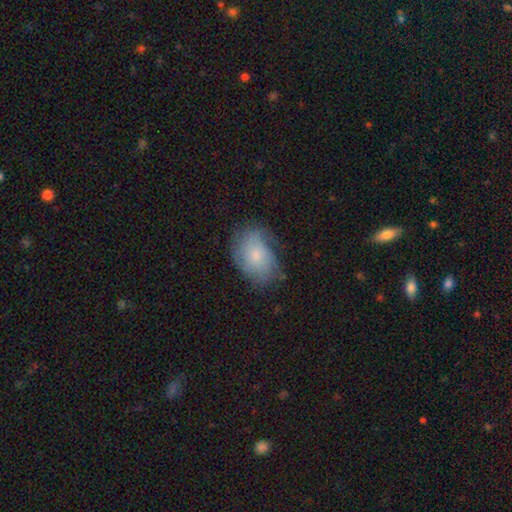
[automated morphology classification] smooth-or-featured: smooth: 61% | featured or disk: 31% | star or artifact: 8%
  how-rounded: in between: 82% | round: 17% | cigar-shaped: 1%
  merging: none: 62% | minor disturbance: 27% | major disturbance: 10% | merger: 1%